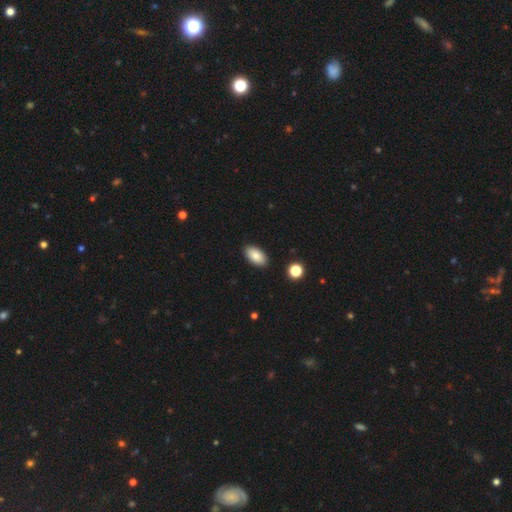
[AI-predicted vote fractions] Q: Smooth or featured?
A: smooth (85%); runner-up: featured or disk (8%)
Q: How rounded?
A: in between (94%); runner-up: round (3%)
Q: Merging?
A: none (89%); runner-up: minor disturbance (7%)